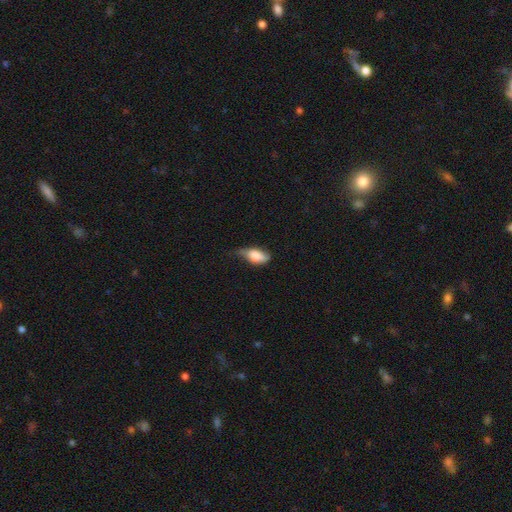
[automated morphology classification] smooth 78%, featured or disk 15%, star or artifact 7%. Down the decision tree: how rounded — in between (87%); merging — minor disturbance (49%).